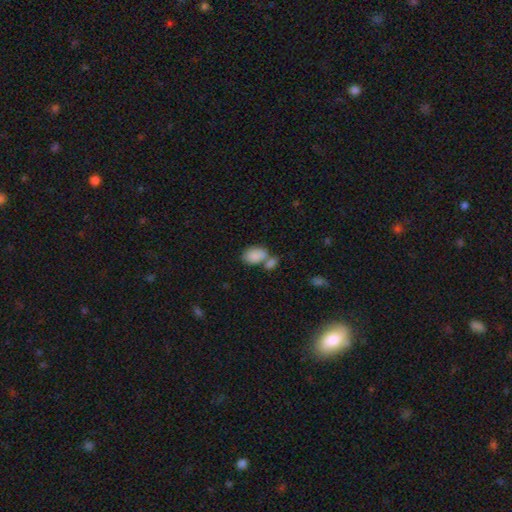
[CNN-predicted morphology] Overall: smooth (85%). How rounded: in between (88%). Merging: merger (46%; none 37%).